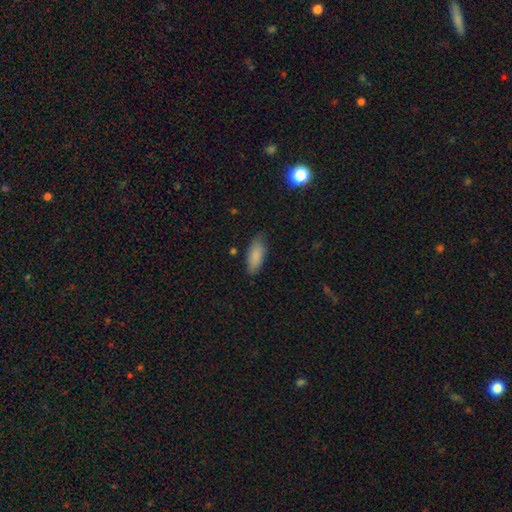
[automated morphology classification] This is clearly a smooth galaxy (87%). How rounded: clearly in between (82%). Merging: likely none (78%).